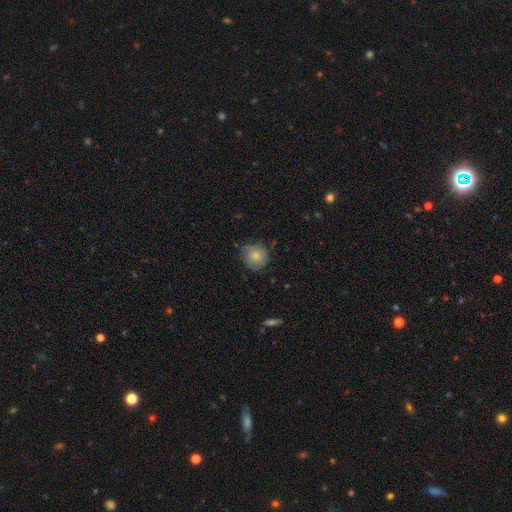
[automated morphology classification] smooth_or_featured: smooth (p=0.76) [alt: featured or disk p=0.16]
how_rounded: round (p=0.86) [alt: in between p=0.13]
merging: none (p=0.71) [alt: minor disturbance p=0.23]